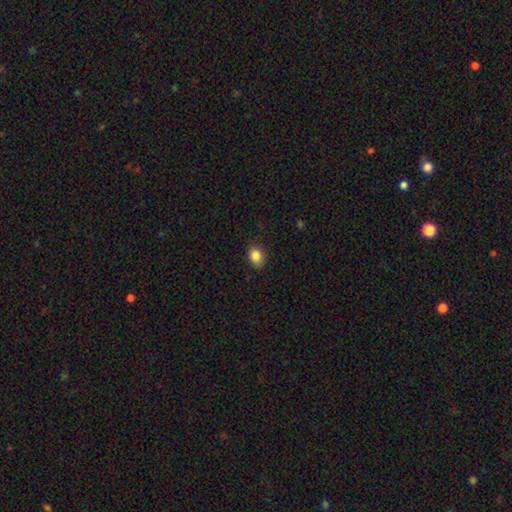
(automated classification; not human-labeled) The model was most divided on "how rounded": in between: 59%, round: 40%, cigar-shaped: 1%. More confident: smooth or featured — smooth (85%); merging — none (85%).